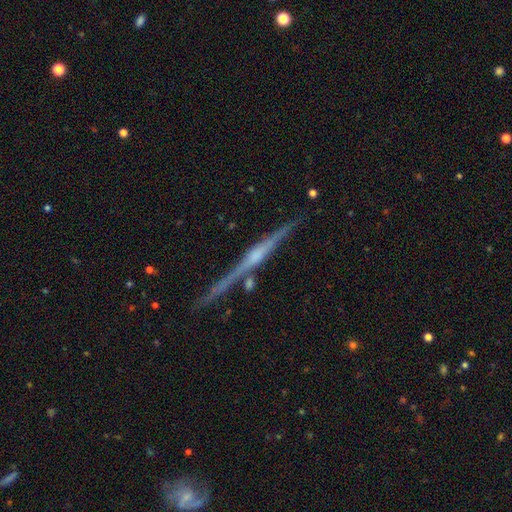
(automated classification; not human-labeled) A featured or disk galaxy (84%) viewed edge-on (98%) with a rounded central bulge (69%). Merging: none (87%).